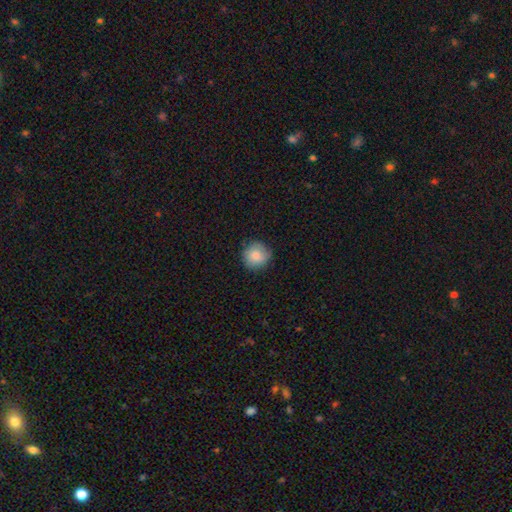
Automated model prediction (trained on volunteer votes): Smooth or featured: smooth — 84% (featured or disk — 9%)
How rounded: round — 93% (in between — 6%)
Merging: none — 83% (minor disturbance — 13%)